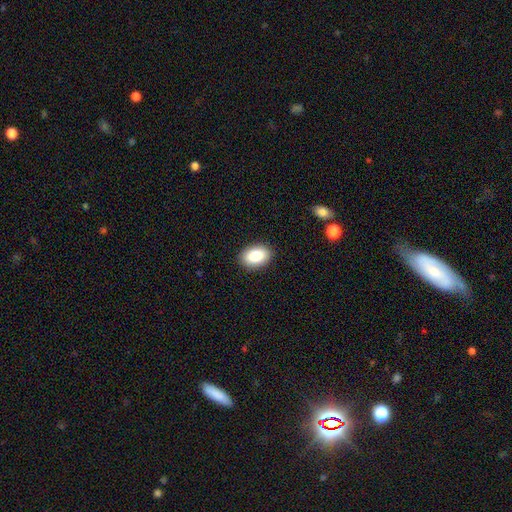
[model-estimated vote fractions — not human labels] smooth 84%, featured or disk 8%, star or artifact 8%. Down the decision tree: how rounded — in between (85%); merging — none (90%).